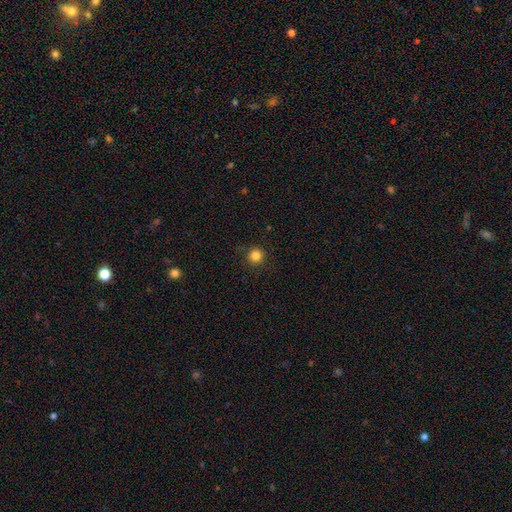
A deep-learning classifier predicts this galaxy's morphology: smooth 83%, star or artifact 13%, featured or disk 4%. Down the decision tree: how rounded — round (96%); merging — none (91%).